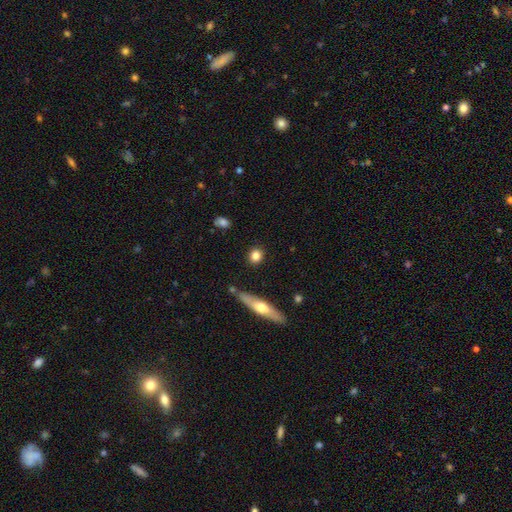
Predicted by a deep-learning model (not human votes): This is clearly a smooth galaxy (81%). How rounded: likely round (76%). Merging: clearly none (86%).